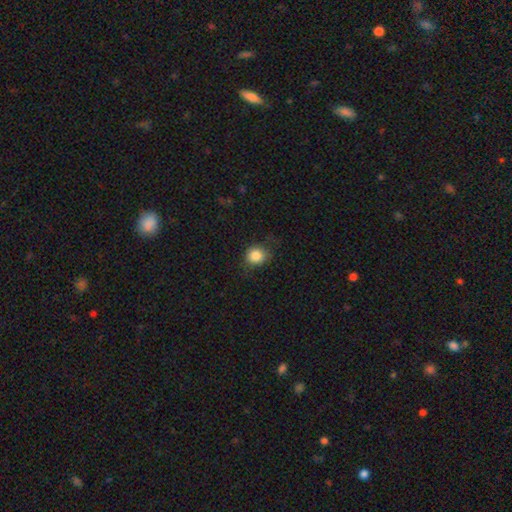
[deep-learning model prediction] Smooth or featured? Predicted: smooth (p=0.84). How rounded? Predicted: round (p=0.80). Merging? Predicted: none (p=0.74).